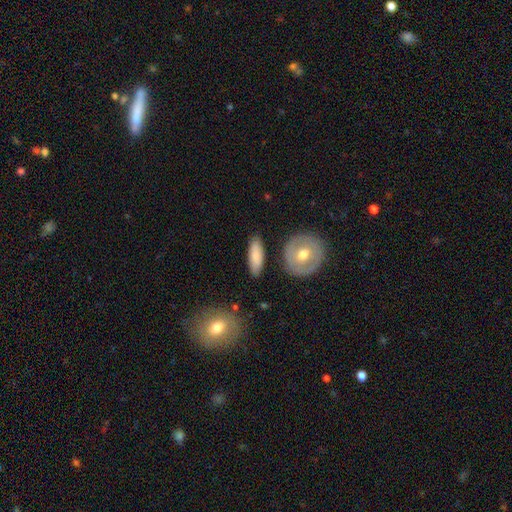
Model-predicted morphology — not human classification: Smooth or featured?
  - smooth: 80% *
  - featured or disk: 14%
  - star or artifact: 6%
How rounded?
  - in between: 60% *
  - cigar-shaped: 36%
  - round: 4%
Merging?
  - none: 84% *
  - minor disturbance: 10%
  - merger: 3%
  - major disturbance: 2%